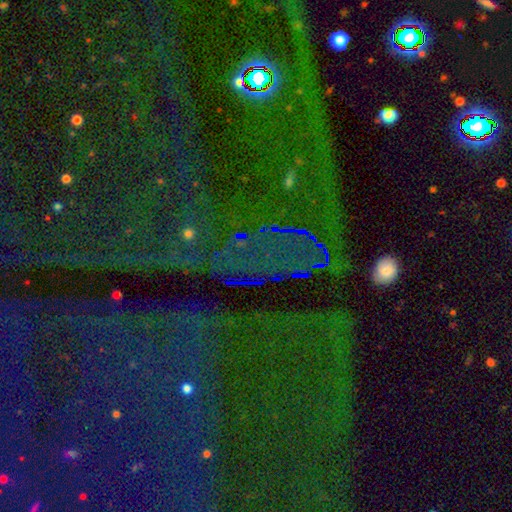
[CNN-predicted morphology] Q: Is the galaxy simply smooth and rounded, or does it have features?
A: star or artifact — 84%.